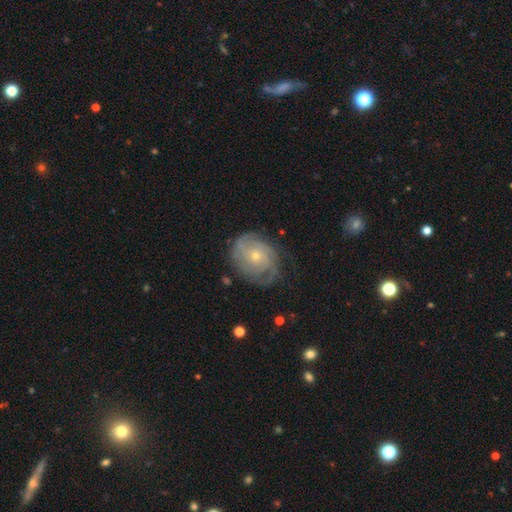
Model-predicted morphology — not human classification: Smooth or featured? featured or disk (79%)
Edge-on disk? no (97%)
Bar? no (80%)
Spiral arms? yes (93%)
Spiral winding? tight (68%)
Spiral arm count? can't tell (36%)
Bulge size? small (68%)
Merging? none (73%)